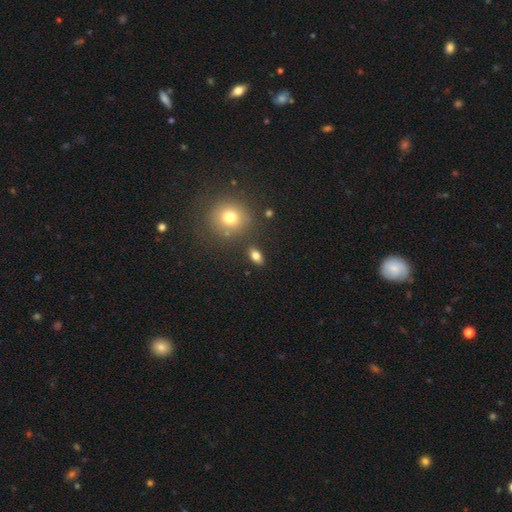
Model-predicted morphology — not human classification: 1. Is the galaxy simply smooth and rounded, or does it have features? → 80% smooth, 10% star or artifact, 10% featured or disk.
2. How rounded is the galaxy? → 83% in between, 12% round, 5% cigar-shaped.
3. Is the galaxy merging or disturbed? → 85% none, 9% minor disturbance, 4% merger, 3% major disturbance.